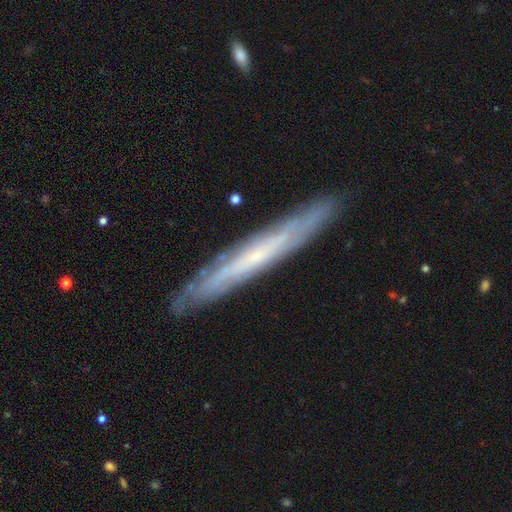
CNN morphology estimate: A featured or disk galaxy (69%) viewed edge-on (79%) with no central bulge (71%). Merging: none (86%).